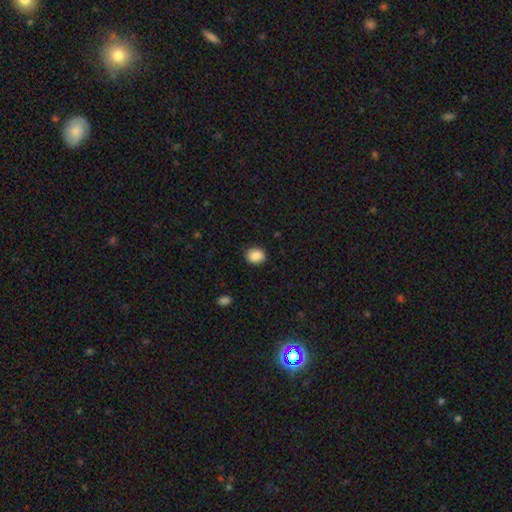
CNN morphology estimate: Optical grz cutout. It shows a smooth galaxy with no disk features (87%) that is round (58%). Merging: none (90%).